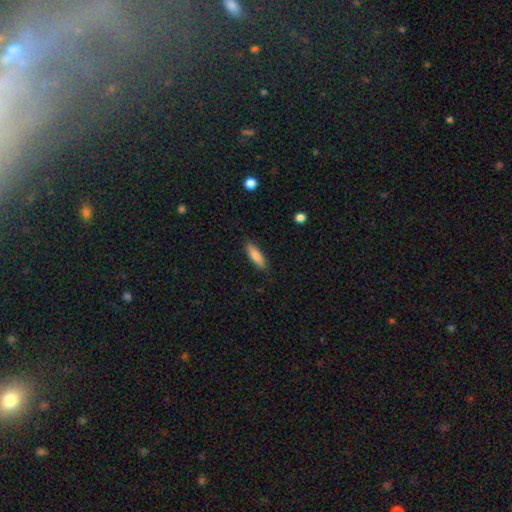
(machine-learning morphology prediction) type=smooth (81%); roundness=cigar-shaped (52%); merging=none (87%).